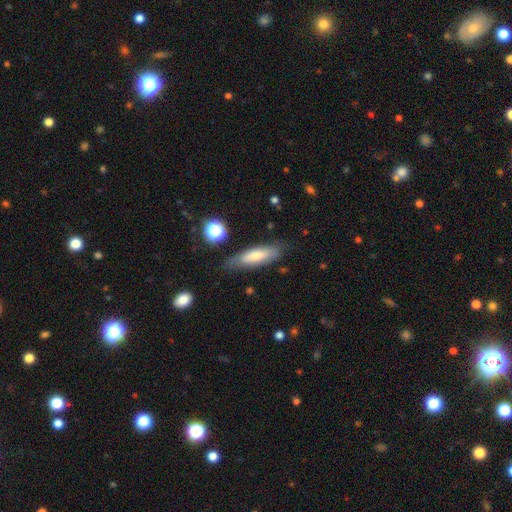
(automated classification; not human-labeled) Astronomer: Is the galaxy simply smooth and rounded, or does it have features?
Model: smooth — 67%.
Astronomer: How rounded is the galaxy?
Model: cigar-shaped — 56% (runner-up: in between, 42%).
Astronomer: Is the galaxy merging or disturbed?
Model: none — 75%.